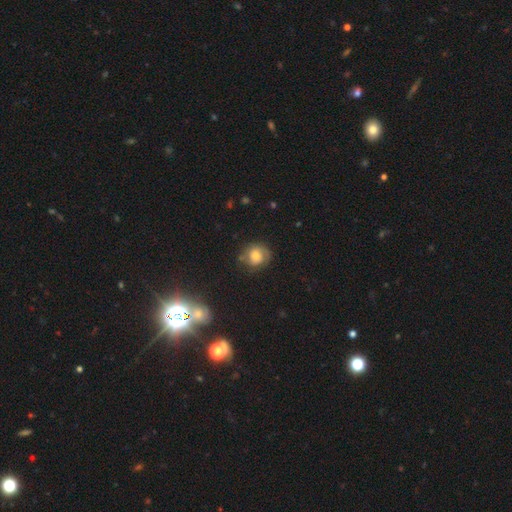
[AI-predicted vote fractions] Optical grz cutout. It shows a smooth galaxy with no disk features (61%) that is round (81%). Merging: none (67%).